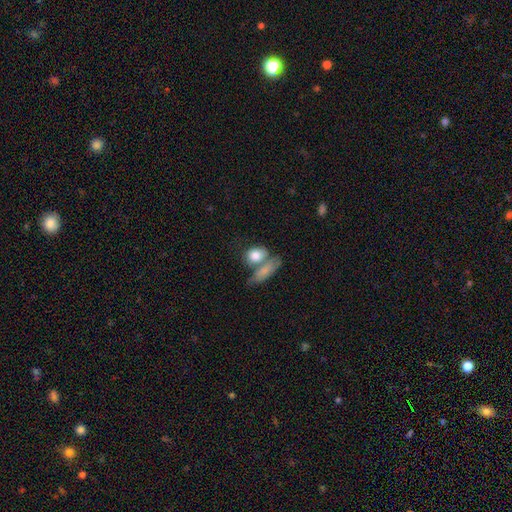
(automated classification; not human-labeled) smooth 80%, featured or disk 13%, star or artifact 7%. Down the decision tree: how rounded — in between (58%); merging — merger (46%).